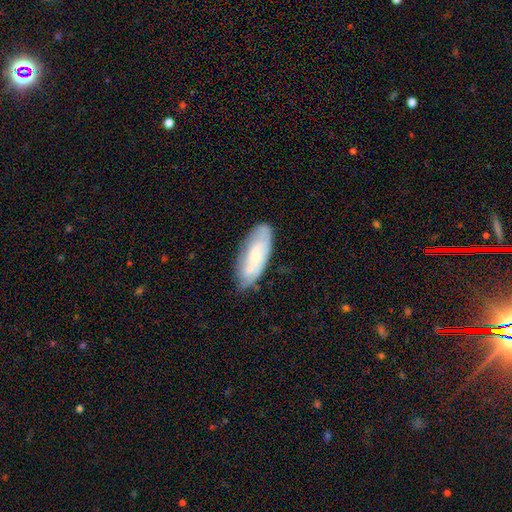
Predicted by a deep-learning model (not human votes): A smooth galaxy with no disk features (53%) that is in between round and cigar-shaped (73%).

Vote fractions:
- Smooth or featured? smooth: 53% / featured or disk: 40% / star or artifact: 7%
- How rounded? in between: 73% / cigar-shaped: 25% / round: 2%
- Merging? none: 68% / minor disturbance: 24% / major disturbance: 5% / merger: 3%